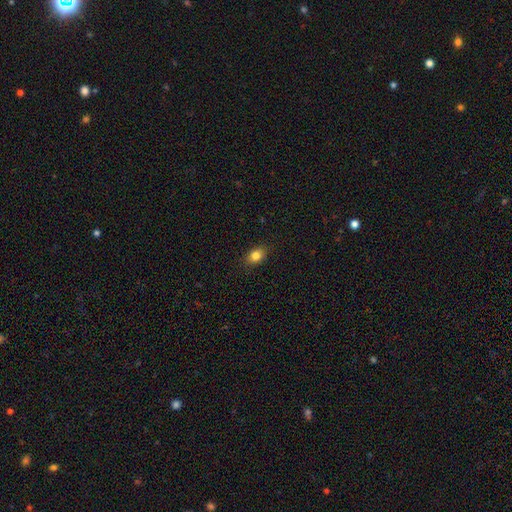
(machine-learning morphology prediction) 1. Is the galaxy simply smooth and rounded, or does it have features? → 82% smooth, 10% star or artifact, 7% featured or disk.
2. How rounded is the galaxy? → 70% in between, 28% round, 2% cigar-shaped.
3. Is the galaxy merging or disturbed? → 87% none, 10% minor disturbance, 2% major disturbance, 1% merger.